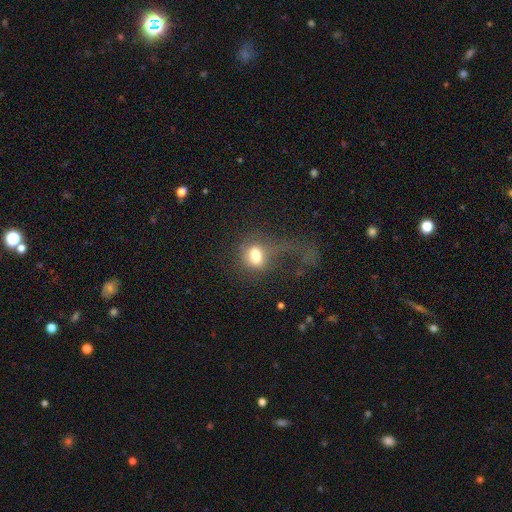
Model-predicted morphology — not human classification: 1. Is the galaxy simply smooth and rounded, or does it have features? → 72% smooth, 17% featured or disk, 11% star or artifact.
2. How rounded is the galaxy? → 50% in between, 48% round, 2% cigar-shaped.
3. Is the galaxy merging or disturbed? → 54% major disturbance, 25% none, 16% minor disturbance, 4% merger.